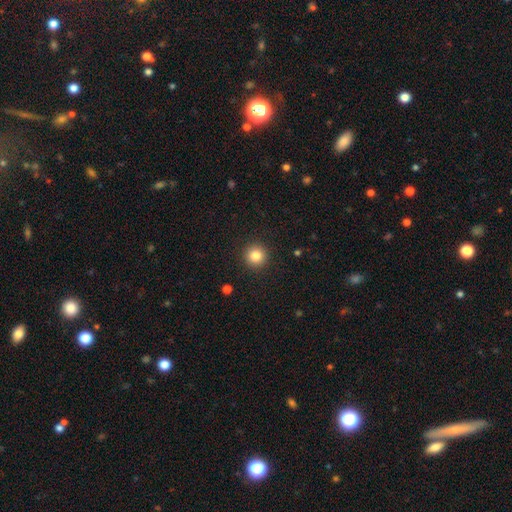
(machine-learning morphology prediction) This is clearly a smooth galaxy (83%). How rounded: clearly round (95%). Merging: clearly none (93%).